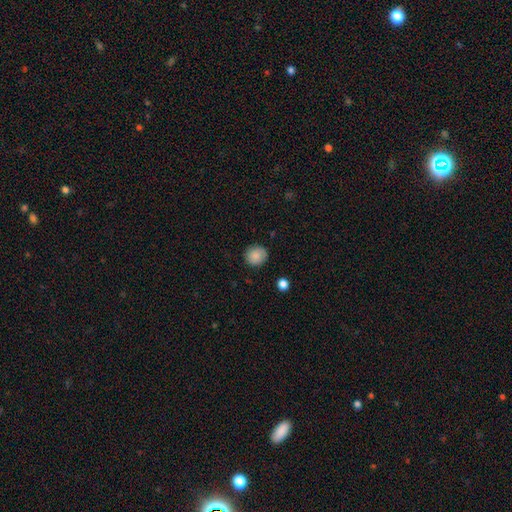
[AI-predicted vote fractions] Smooth or featured? smooth (86%)
How rounded? round (89%)
Merging? none (85%)